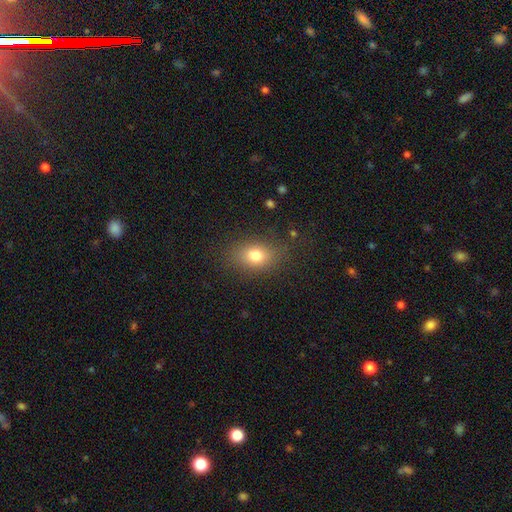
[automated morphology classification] This appears to be a smooth galaxy with no disk features (77%) that is in between round and cigar-shaped (73%). Merging: none (79%).